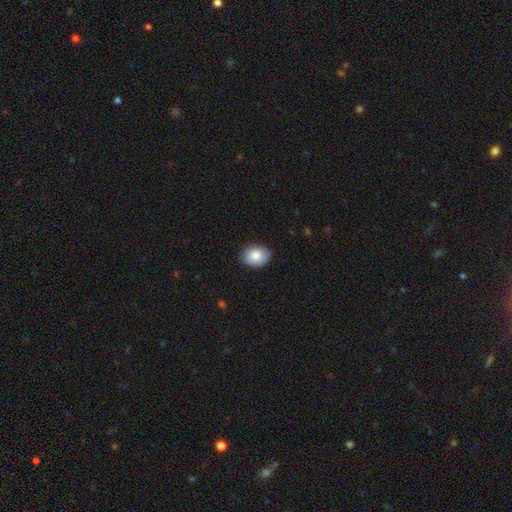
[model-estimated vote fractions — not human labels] Smooth or featured: smooth — 85% (featured or disk — 8%)
How rounded: in between — 69% (round — 30%)
Merging: none — 87% (minor disturbance — 10%)